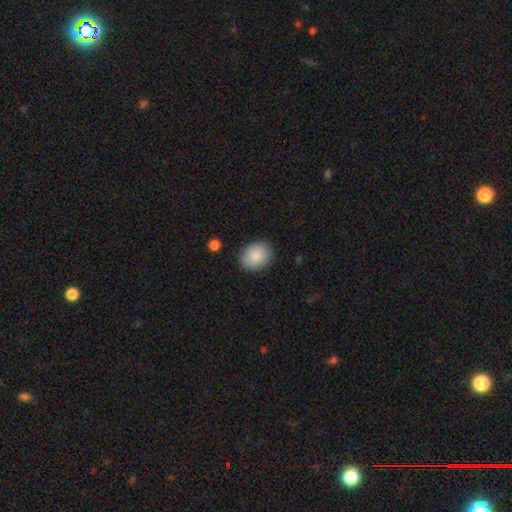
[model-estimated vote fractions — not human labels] Smooth or featured? smooth (87%)
How rounded? in between (57%)
Merging? none (85%)